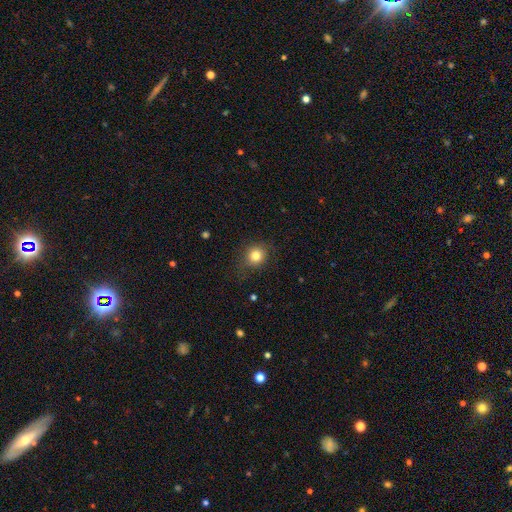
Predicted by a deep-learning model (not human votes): Smooth or featured? Predicted: smooth (p=0.81). How rounded? Predicted: round (p=0.83). Merging? Predicted: none (p=0.82).